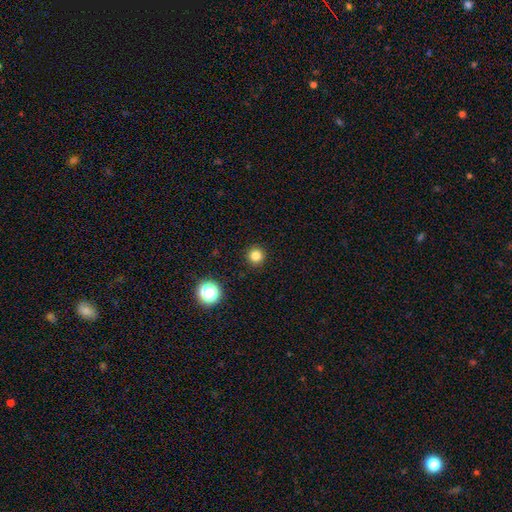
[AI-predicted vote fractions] Morphology: type=smooth (81%); roundness=round (95%); merging=none (92%).